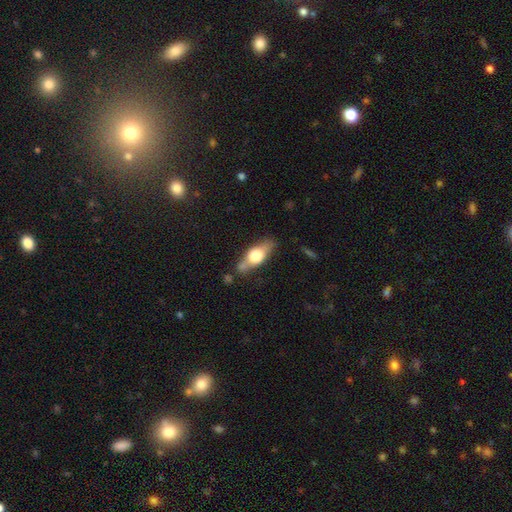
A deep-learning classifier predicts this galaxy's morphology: Smooth or featured? Predicted: smooth (p=0.48). Merging? Predicted: none (p=0.62).